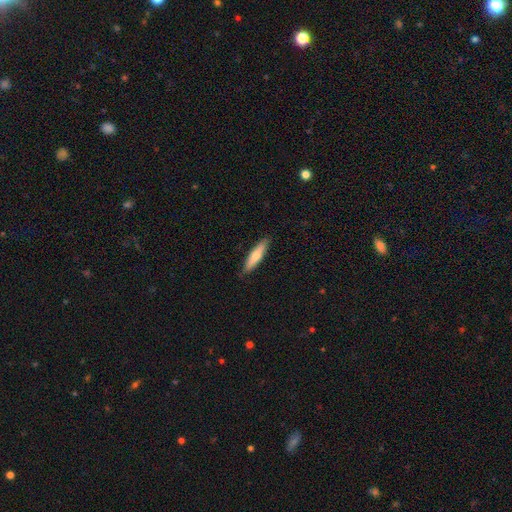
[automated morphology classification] Overall: smooth (66%; featured or disk 29%). How rounded: cigar-shaped (80%). Merging: none (87%).